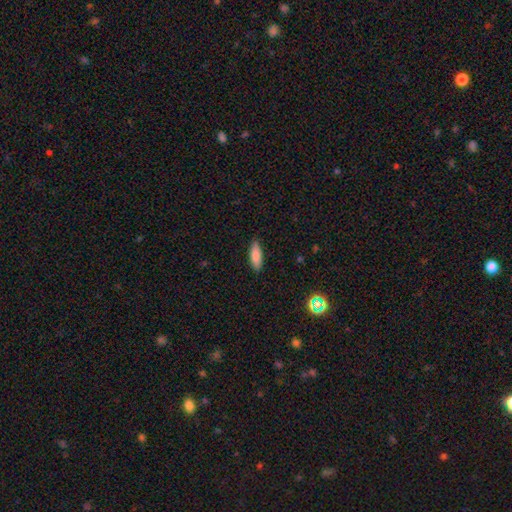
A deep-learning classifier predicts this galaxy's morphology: Smooth or featured?
  - smooth: 85% *
  - featured or disk: 9%
  - star or artifact: 7%
How rounded?
  - in between: 61% *
  - cigar-shaped: 37%
  - round: 2%
Merging?
  - none: 87% *
  - minor disturbance: 10%
  - major disturbance: 2%
  - merger: 1%